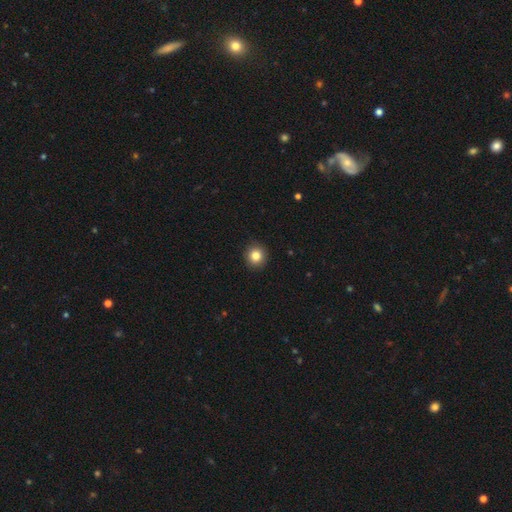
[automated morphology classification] Q: Smooth or featured?
A: smooth (84%); runner-up: star or artifact (10%)
Q: How rounded?
A: round (92%); runner-up: in between (7%)
Q: Merging?
A: none (93%); runner-up: minor disturbance (5%)